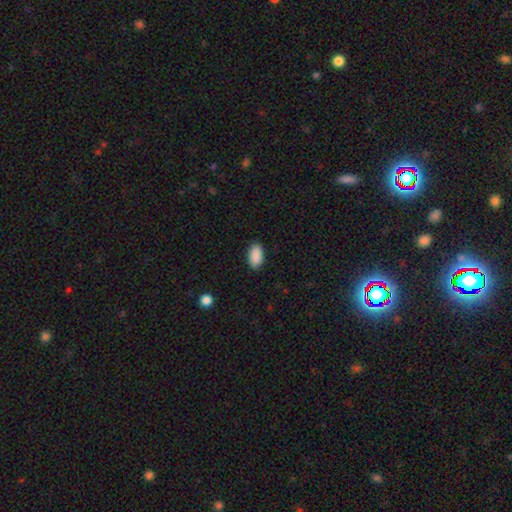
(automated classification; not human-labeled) A smooth galaxy with no disk features (91%) that is in between round and cigar-shaped (94%). Merging: none (90%).